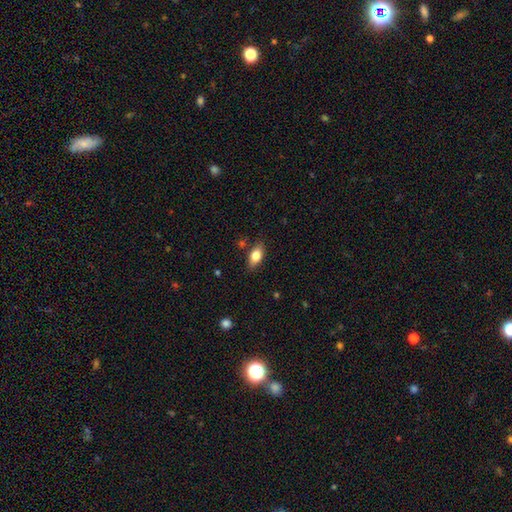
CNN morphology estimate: smooth_or_featured: smooth (p=0.80) [alt: featured or disk p=0.12]
how_rounded: in between (p=0.87) [alt: cigar-shaped p=0.07]
merging: none (p=0.81) [alt: minor disturbance p=0.14]